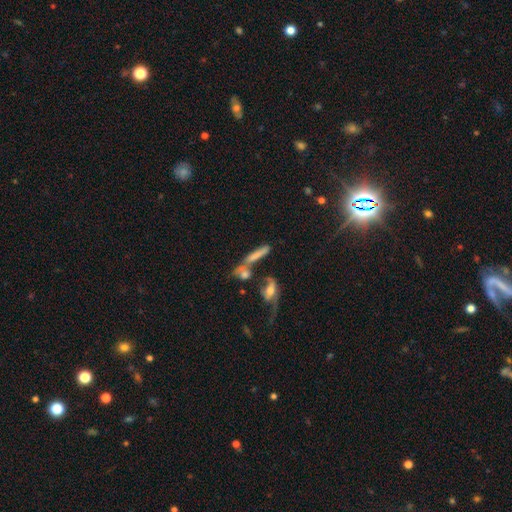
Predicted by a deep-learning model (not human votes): smooth-or-featured: smooth: 54% | featured or disk: 34% | star or artifact: 12%
  how-rounded: cigar-shaped: 75% | in between: 20% | round: 5%
  merging: none: 38% | merger: 37% | minor disturbance: 14% | major disturbance: 11%